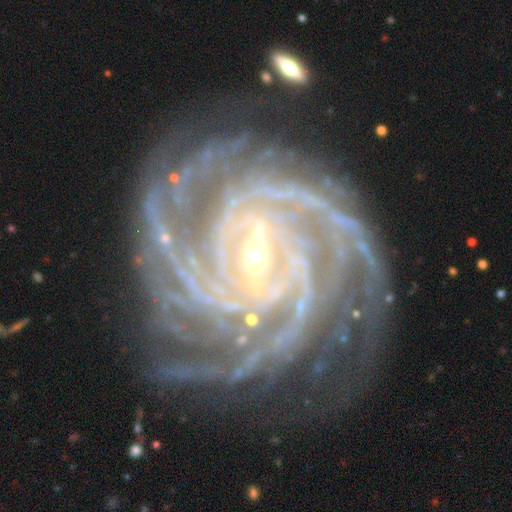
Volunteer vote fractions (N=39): Volunteers were most divided on "bar": strong: 50%, weak: 47%, no: 3%. More confident: edge-on disk — no (100%); spiral arms — yes (100%); smooth or featured — featured or disk (82%); merging — none (74%); bulge size — small (72%); spiral winding — tight (69%); spiral arm count — 3 (69%).